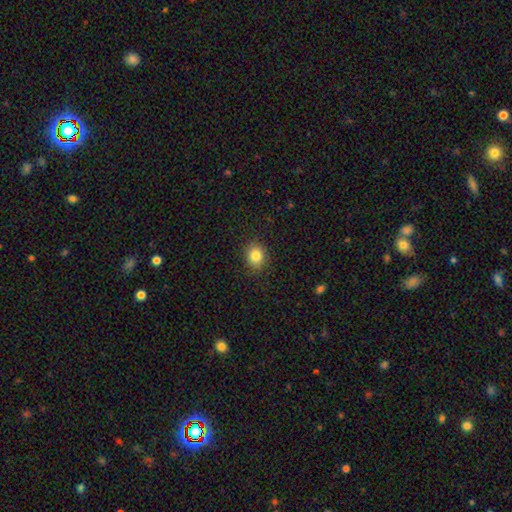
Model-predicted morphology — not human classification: Smooth or featured: smooth — 84% (star or artifact — 10%)
How rounded: round — 62% (in between — 37%)
Merging: none — 86% (minor disturbance — 10%)